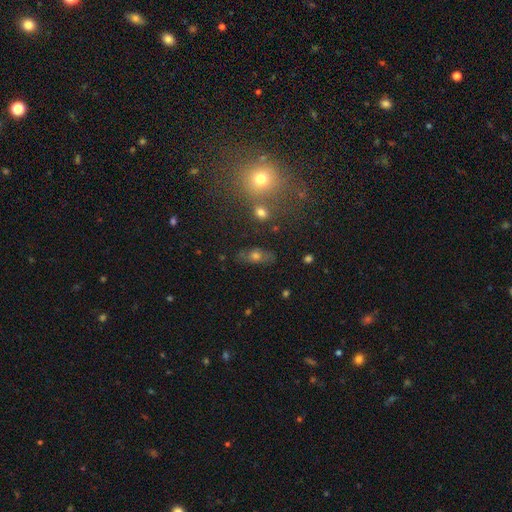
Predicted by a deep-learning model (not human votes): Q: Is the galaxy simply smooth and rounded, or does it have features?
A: smooth — 55%.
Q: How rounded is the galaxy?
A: in between — 69%.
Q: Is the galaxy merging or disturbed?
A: none — 70%.